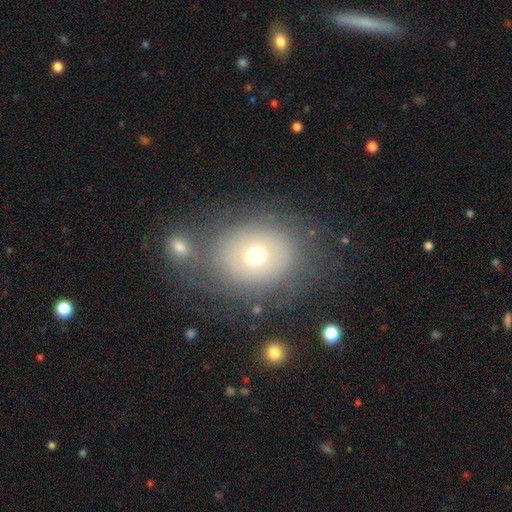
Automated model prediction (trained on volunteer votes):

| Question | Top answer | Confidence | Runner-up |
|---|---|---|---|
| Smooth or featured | smooth | 53% | featured or disk (35%) |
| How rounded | round | 57% | in between (42%) |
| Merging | none | 64% | minor disturbance (16%) |